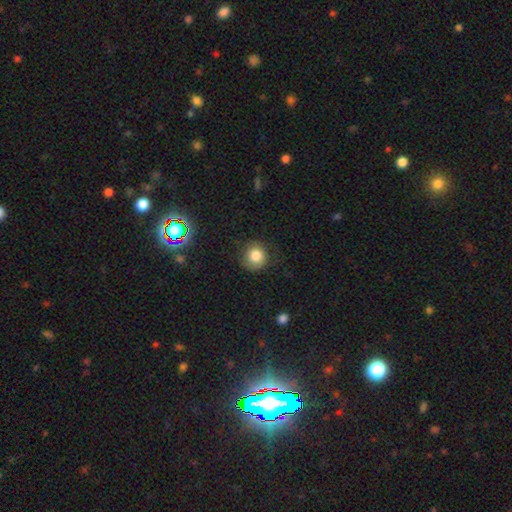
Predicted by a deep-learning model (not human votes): The model was most divided on "merging": none: 71%, minor disturbance: 19%, major disturbance: 9%, merger: 1%. More confident: how rounded — round (88%); smooth or featured — smooth (78%).